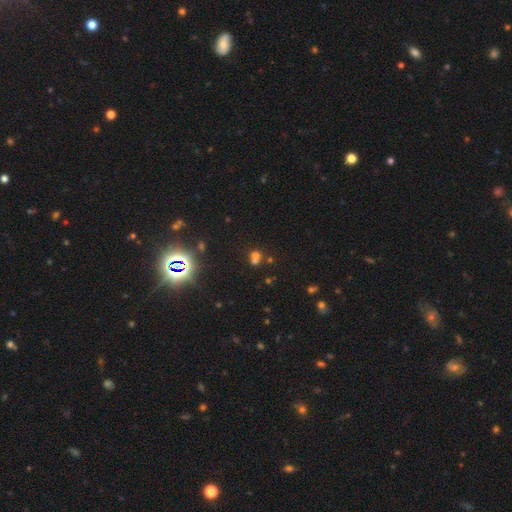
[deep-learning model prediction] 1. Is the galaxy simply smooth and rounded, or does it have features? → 47% smooth, 38% star or artifact, 14% featured or disk.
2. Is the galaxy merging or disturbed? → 49% merger, 40% none, 7% minor disturbance, 4% major disturbance.